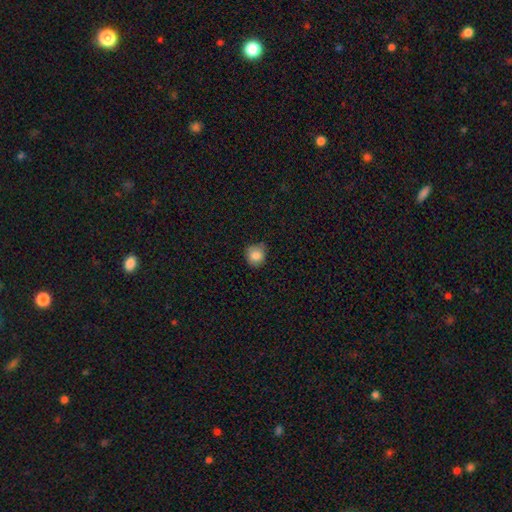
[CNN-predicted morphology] This is clearly a smooth galaxy (84%). How rounded: clearly round (87%). Merging: likely none (73%).